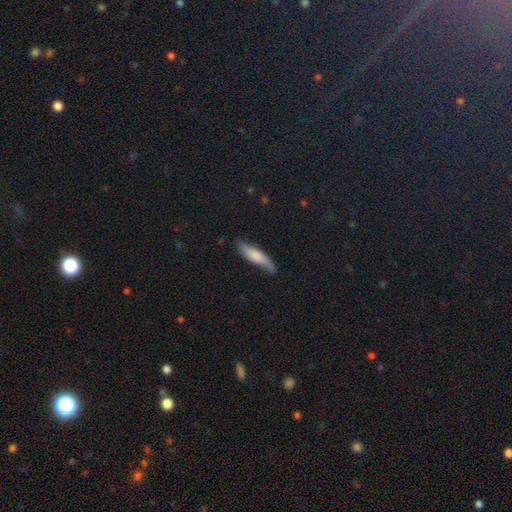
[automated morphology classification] Smooth or featured? Predicted: smooth (p=0.66). How rounded? Predicted: cigar-shaped (p=0.73). Merging? Predicted: none (p=0.68).